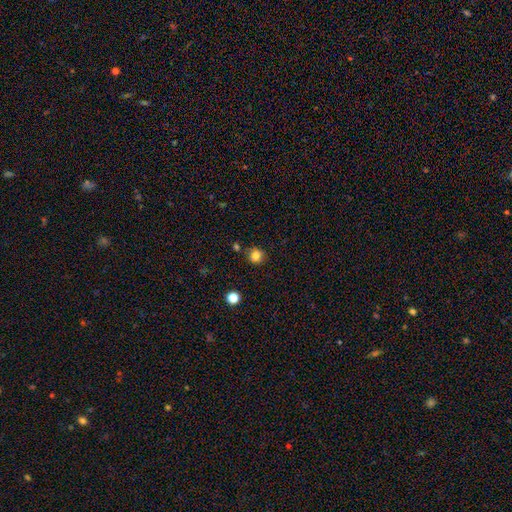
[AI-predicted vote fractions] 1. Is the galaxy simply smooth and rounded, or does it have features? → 83% smooth, 12% star or artifact, 5% featured or disk.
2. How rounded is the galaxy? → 91% round, 8% in between, 1% cigar-shaped.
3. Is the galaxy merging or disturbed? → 83% none, 10% minor disturbance, 5% merger, 2% major disturbance.